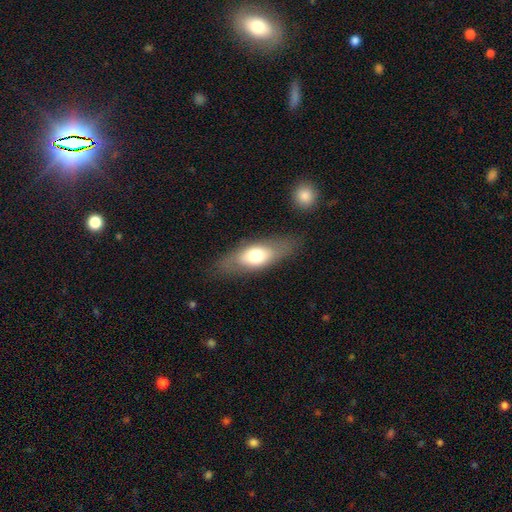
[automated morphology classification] Smooth or featured?
  - smooth: 59% *
  - featured or disk: 34%
  - star or artifact: 7%
How rounded?
  - in between: 73% *
  - cigar-shaped: 22%
  - round: 5%
Merging?
  - none: 78% *
  - minor disturbance: 15%
  - major disturbance: 6%
  - merger: 2%